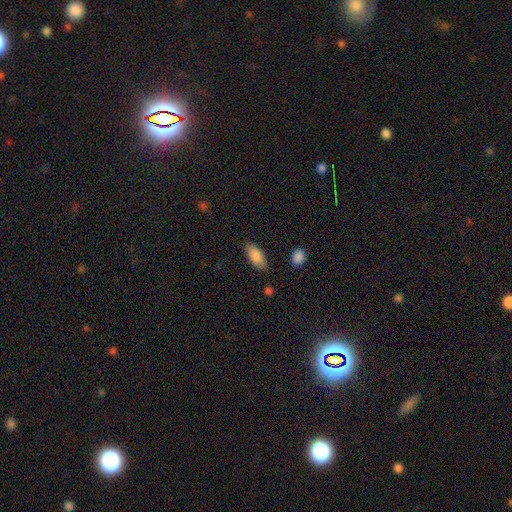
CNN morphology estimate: Q: Smooth or featured?
A: smooth (86%); runner-up: featured or disk (8%)
Q: How rounded?
A: in between (84%); runner-up: cigar-shaped (14%)
Q: Merging?
A: none (81%); runner-up: minor disturbance (14%)